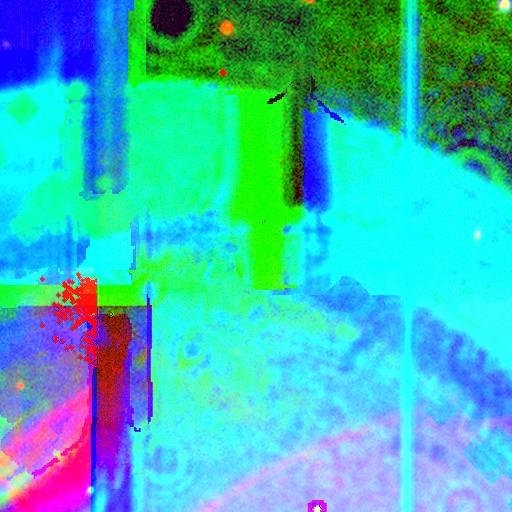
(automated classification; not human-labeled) smooth-or-featured: star or artifact: 85% | featured or disk: 8% | smooth: 6%